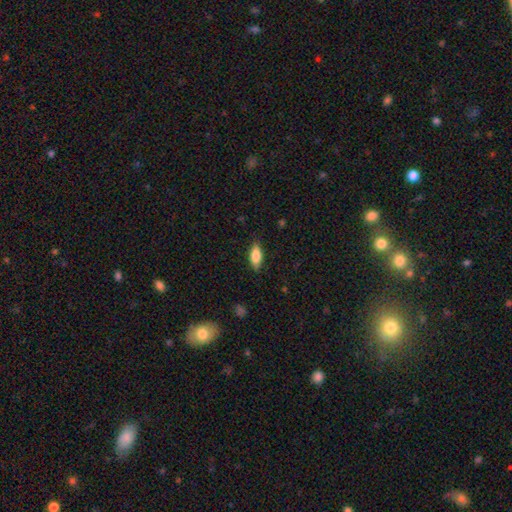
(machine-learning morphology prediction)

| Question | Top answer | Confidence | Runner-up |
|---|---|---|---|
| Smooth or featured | smooth | 82% | featured or disk (11%) |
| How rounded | in between | 80% | cigar-shaped (18%) |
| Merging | none | 84% | minor disturbance (12%) |